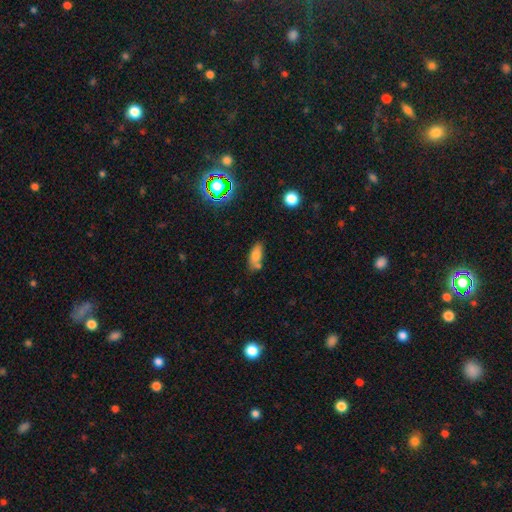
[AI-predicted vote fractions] The model was most divided on "merging": none: 56%, minor disturbance: 20%, merger: 19%, major disturbance: 5%. More confident: how rounded — in between (83%); smooth or featured — smooth (74%).